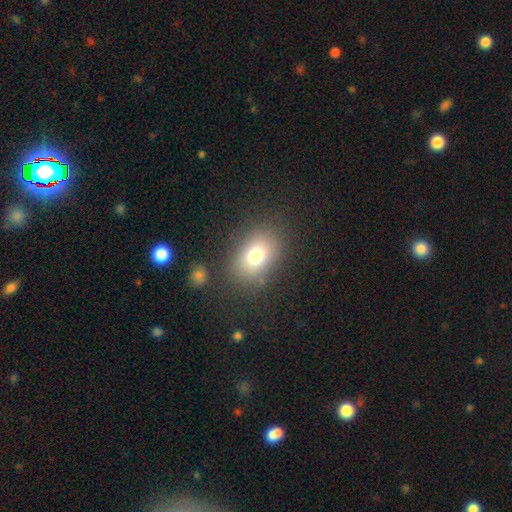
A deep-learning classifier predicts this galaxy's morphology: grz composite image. It shows a smooth galaxy with no disk features (75%) that is in between round and cigar-shaped (69%). Merging: none (81%).